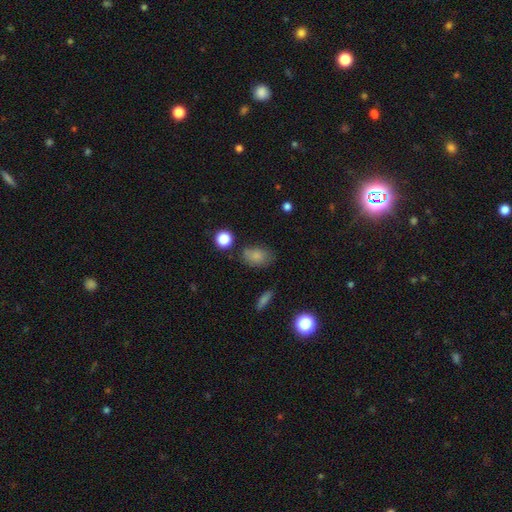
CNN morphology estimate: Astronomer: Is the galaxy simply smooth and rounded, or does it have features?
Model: smooth — 80%.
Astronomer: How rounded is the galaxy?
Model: in between — 82%.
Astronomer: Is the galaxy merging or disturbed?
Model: none — 65%.